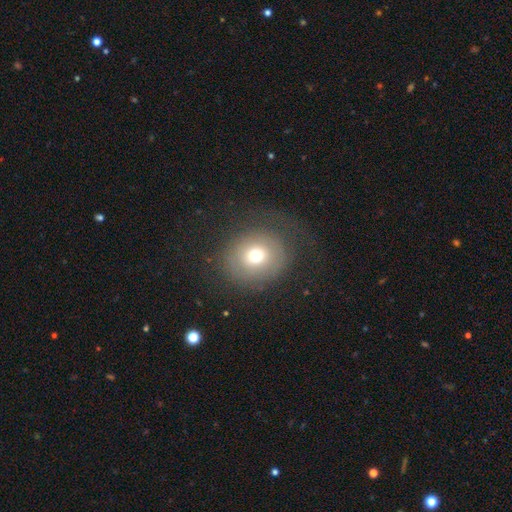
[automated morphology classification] Smooth or featured: smooth — 66% (featured or disk — 21%)
How rounded: round — 78% (in between — 21%)
Merging: none — 64% (major disturbance — 18%)